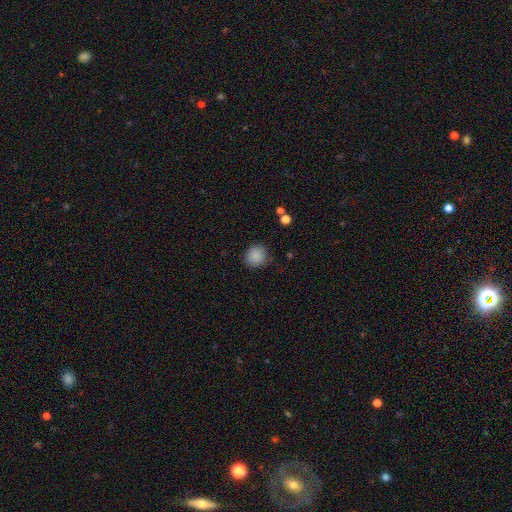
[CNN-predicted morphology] smooth-or-featured: smooth: 87% | star or artifact: 9% | featured or disk: 4%
  how-rounded: round: 89% | in between: 10% | cigar-shaped: 1%
  merging: none: 85% | minor disturbance: 10% | major disturbance: 3% | merger: 1%